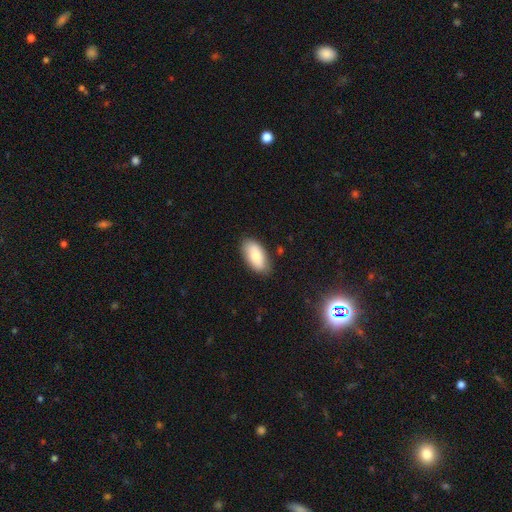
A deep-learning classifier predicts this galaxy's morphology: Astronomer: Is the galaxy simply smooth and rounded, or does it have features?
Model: smooth — 79%.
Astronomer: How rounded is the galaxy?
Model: in between — 94%.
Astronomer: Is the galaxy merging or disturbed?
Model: none — 82%.